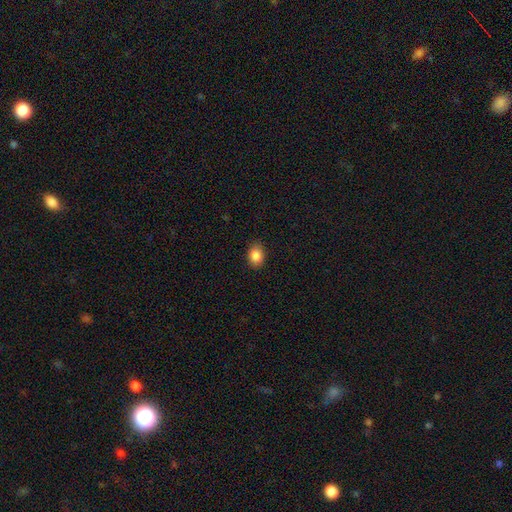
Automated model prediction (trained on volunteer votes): This appears to be a smooth galaxy with no disk features (87%) that is in between round and cigar-shaped (68%). Merging: none (86%).